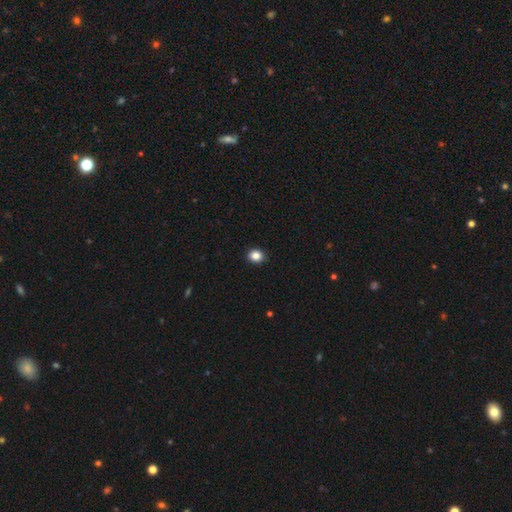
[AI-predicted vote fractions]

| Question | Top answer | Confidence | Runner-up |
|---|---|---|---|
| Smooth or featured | smooth | 86% | star or artifact (10%) |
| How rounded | round | 68% | in between (31%) |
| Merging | none | 92% | minor disturbance (6%) |